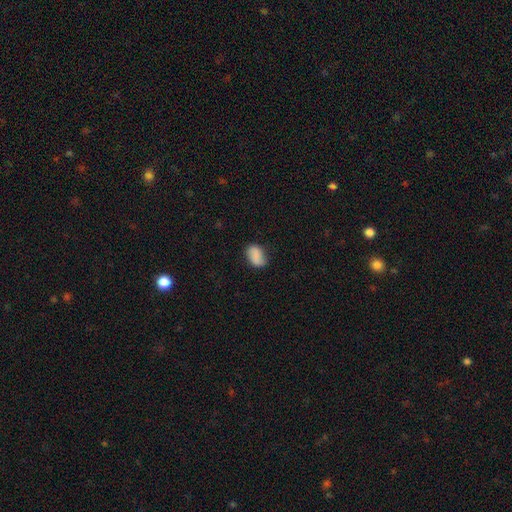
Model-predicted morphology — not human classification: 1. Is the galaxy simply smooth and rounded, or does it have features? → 82% smooth, 10% featured or disk, 8% star or artifact.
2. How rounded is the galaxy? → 86% in between, 12% round, 2% cigar-shaped.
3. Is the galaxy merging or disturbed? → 70% none, 23% minor disturbance, 5% major disturbance, 2% merger.